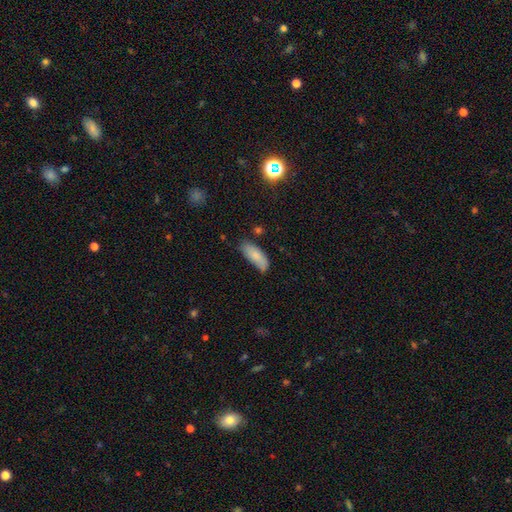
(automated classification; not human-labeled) Overall: smooth (82%). How rounded: in between (74%). Merging: none (62%; minor disturbance 28%).